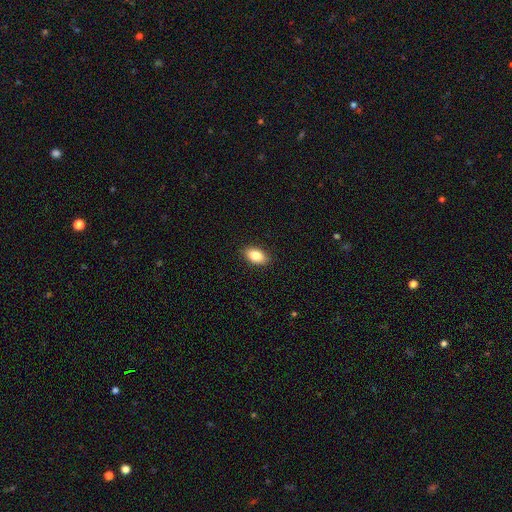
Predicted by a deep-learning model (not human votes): Overall: smooth (85%). How rounded: in between (90%). Merging: none (89%).